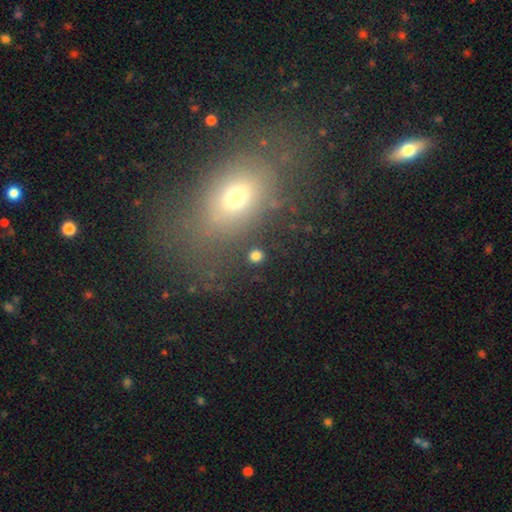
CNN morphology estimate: A smooth galaxy with no disk features (79%) that is round (86%).

Vote fractions:
- Smooth or featured? smooth: 79% / star or artifact: 15% / featured or disk: 6%
- How rounded? round: 86% / in between: 13% / cigar-shaped: 2%
- Merging? none: 87% / minor disturbance: 6% / merger: 4% / major disturbance: 3%